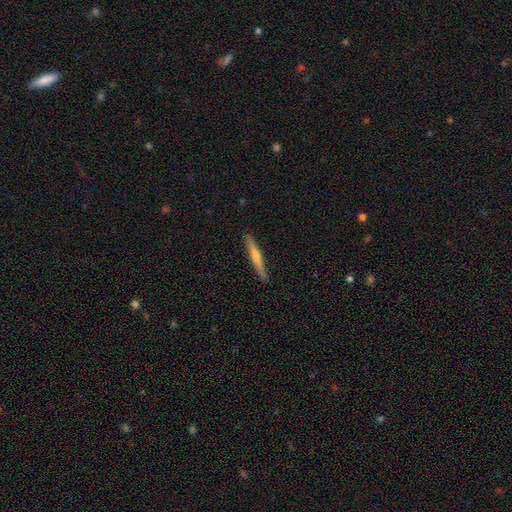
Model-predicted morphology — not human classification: Smooth or featured? Predicted: featured or disk (p=0.60). Edge-on disk? Predicted: yes (p=0.97). Edge-on bulge? Predicted: rounded (p=0.76). Merging? Predicted: none (p=0.91).